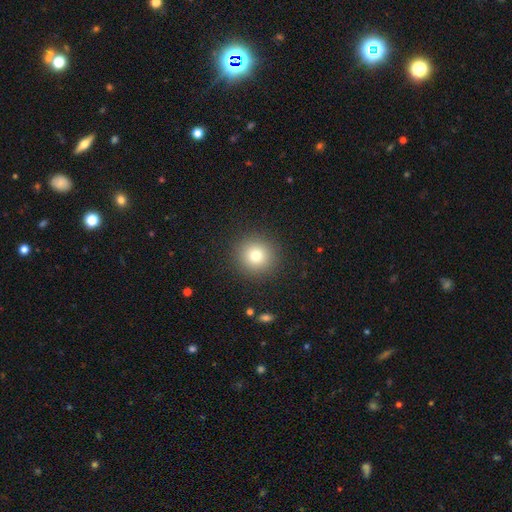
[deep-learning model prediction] Smooth or featured?
  - smooth: 78% *
  - star or artifact: 13%
  - featured or disk: 10%
How rounded?
  - round: 94% *
  - in between: 5%
  - cigar-shaped: 1%
Merging?
  - none: 91% *
  - minor disturbance: 5%
  - major disturbance: 2%
  - merger: 1%